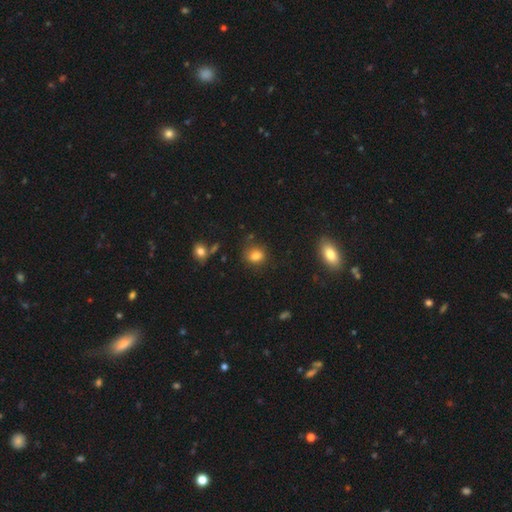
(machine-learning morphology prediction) This appears to be a smooth galaxy with no disk features (82%) that is round (53%). Merging: none (72%).